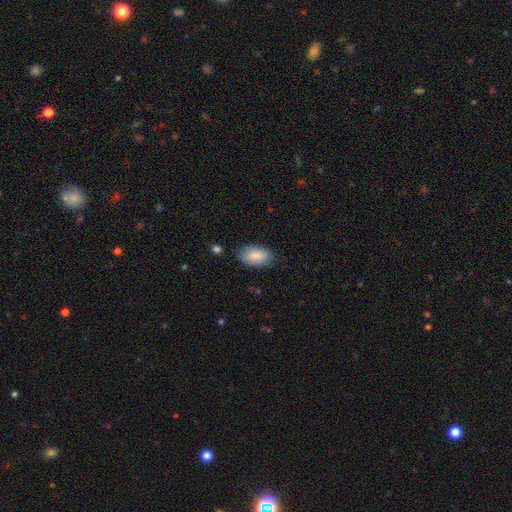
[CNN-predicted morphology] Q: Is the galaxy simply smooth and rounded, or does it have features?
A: smooth — 86%.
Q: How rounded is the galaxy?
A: in between — 94%.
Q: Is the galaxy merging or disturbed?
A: none — 77%.